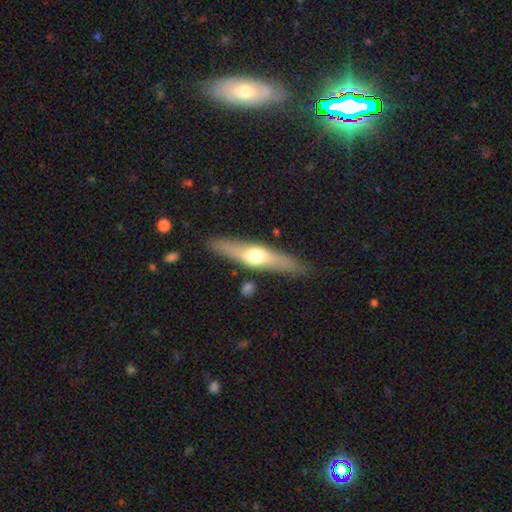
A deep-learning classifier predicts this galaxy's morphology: This is possibly a featured or disk galaxy (52%). It is clearly viewed edge-on (85%). Merging: clearly none (85%).